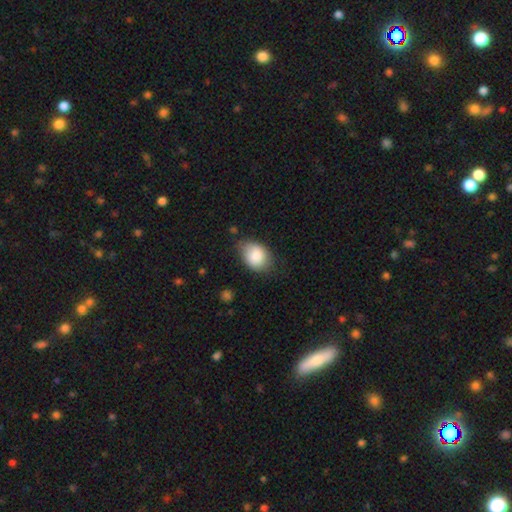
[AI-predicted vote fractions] Overall: smooth (85%). How rounded: in between (75%). Merging: none (65%; minor disturbance 28%).